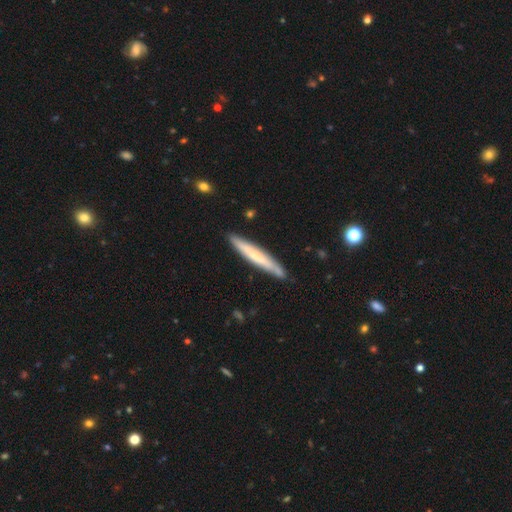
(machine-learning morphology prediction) smooth-or-featured: smooth: 52% | featured or disk: 42% | star or artifact: 6%
  how-rounded: cigar-shaped: 95% | in between: 4% | round: 1%
  merging: none: 85% | minor disturbance: 12% | merger: 2% | major disturbance: 2%